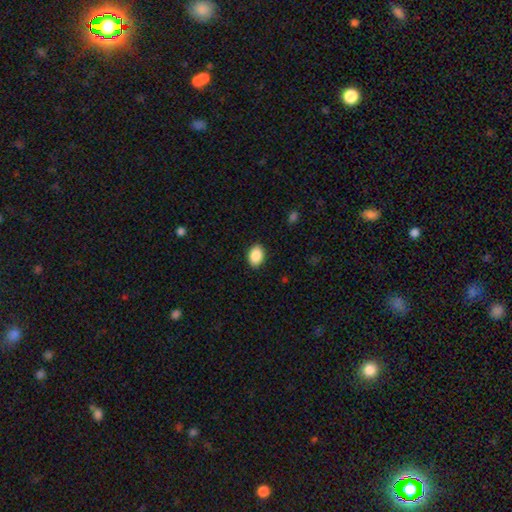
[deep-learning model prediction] Smooth or featured? Predicted: smooth (p=0.90). How rounded? Predicted: in between (p=0.83). Merging? Predicted: none (p=0.89).